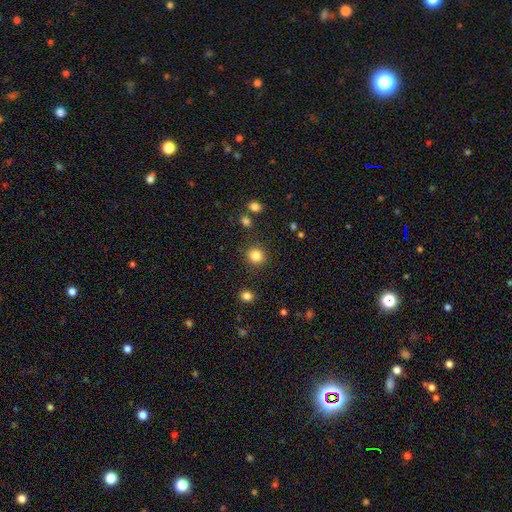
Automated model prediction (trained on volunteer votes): Smooth or featured: smooth — 84% (star or artifact — 12%)
How rounded: round — 89% (in between — 11%)
Merging: none — 88% (minor disturbance — 7%)